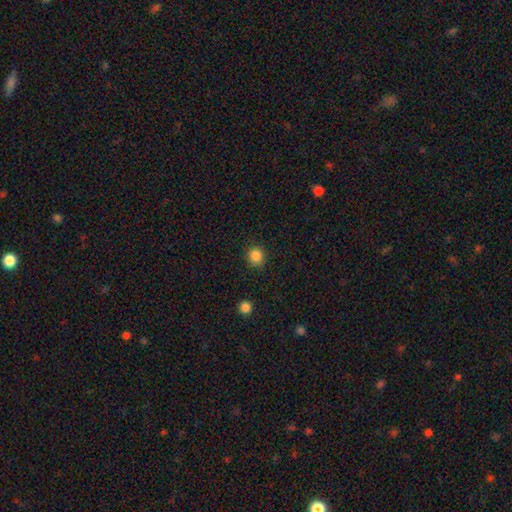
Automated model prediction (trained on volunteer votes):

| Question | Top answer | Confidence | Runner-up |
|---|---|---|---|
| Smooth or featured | smooth | 86% | star or artifact (11%) |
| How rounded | round | 90% | in between (9%) |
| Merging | none | 89% | minor disturbance (7%) |